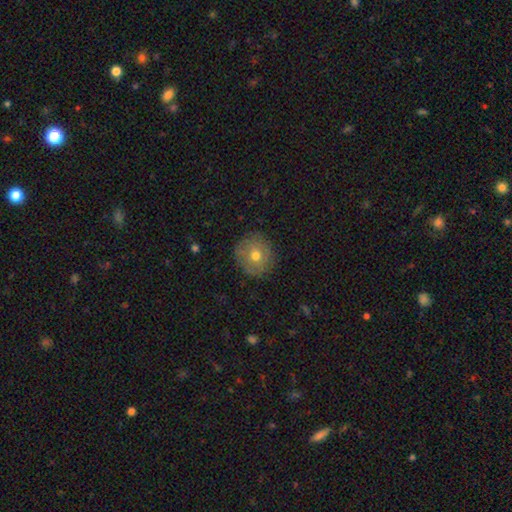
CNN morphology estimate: type=smooth (66%); roundness=round (92%); merging=none (84%).